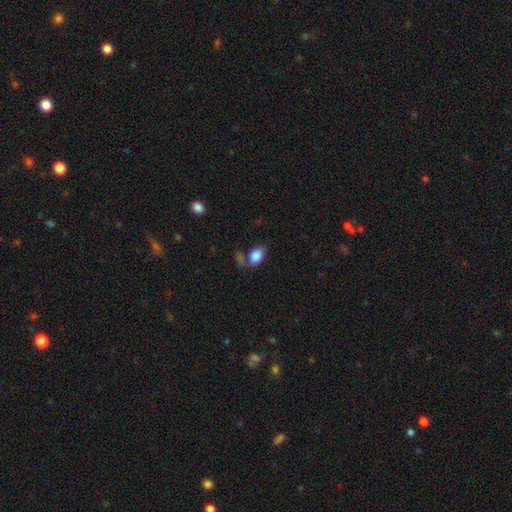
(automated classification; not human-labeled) Smooth or featured: smooth — 84% (star or artifact — 8%)
How rounded: in between — 84% (round — 15%)
Merging: none — 62% (minor disturbance — 18%)